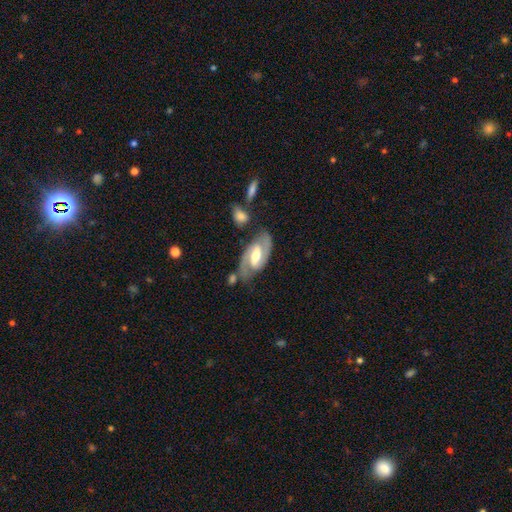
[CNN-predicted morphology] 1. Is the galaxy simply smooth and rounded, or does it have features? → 85% featured or disk, 11% smooth, 5% star or artifact.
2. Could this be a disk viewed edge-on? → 95% no, 5% yes.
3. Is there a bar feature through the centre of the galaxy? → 42% strong (tied), 42% weak (tied), 16% no.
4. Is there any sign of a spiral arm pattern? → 95% yes, 5% no.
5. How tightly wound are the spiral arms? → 52% medium, 33% tight, 15% loose.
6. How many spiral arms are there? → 90% 2, 4% can't tell, 2% 1, 1% 3, 1% 4, 1% more than 4.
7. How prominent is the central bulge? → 67% moderate, 18% small, 12% large, 2% none, 1% dominant.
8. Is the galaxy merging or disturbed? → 73% none, 16% minor disturbance, 6% merger, 6% major disturbance.